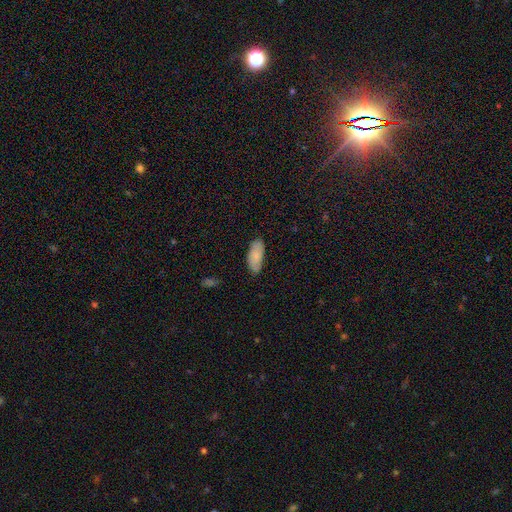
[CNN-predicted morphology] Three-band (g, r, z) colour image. It shows a smooth galaxy with no disk features (81%) that is in between round and cigar-shaped (85%). Merging: none (82%).